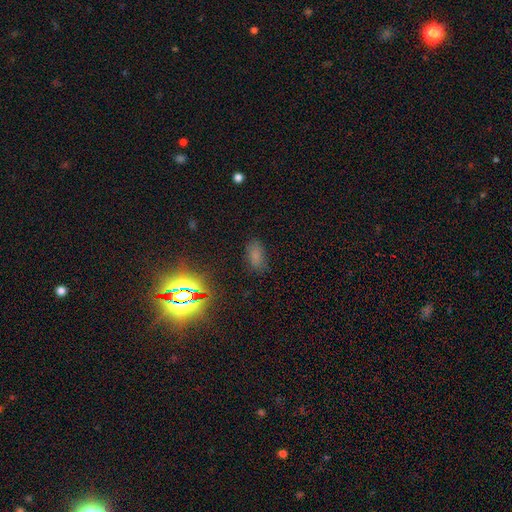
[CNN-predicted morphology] type=smooth (68%); roundness=in between (90%); merging=none (79%).